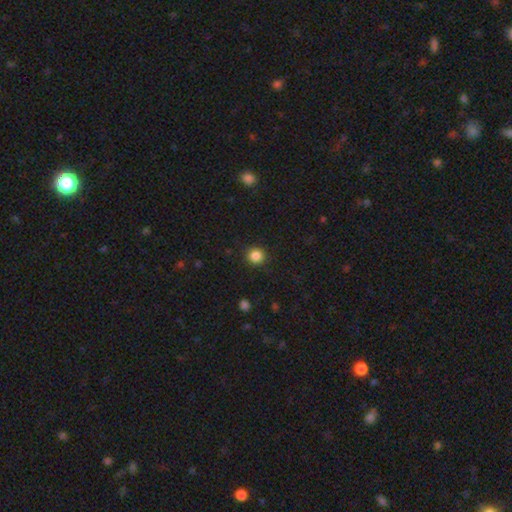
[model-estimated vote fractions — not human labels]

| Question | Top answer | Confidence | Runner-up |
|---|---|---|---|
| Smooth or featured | smooth | 86% | star or artifact (11%) |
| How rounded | round | 92% | in between (7%) |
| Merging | none | 91% | minor disturbance (6%) |